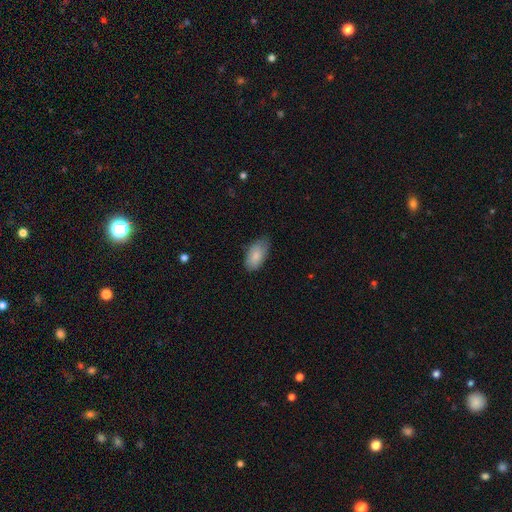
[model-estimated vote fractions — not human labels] Q: Smooth or featured?
A: smooth (83%); runner-up: featured or disk (11%)
Q: How rounded?
A: in between (94%); runner-up: round (3%)
Q: Merging?
A: none (71%); runner-up: minor disturbance (24%)